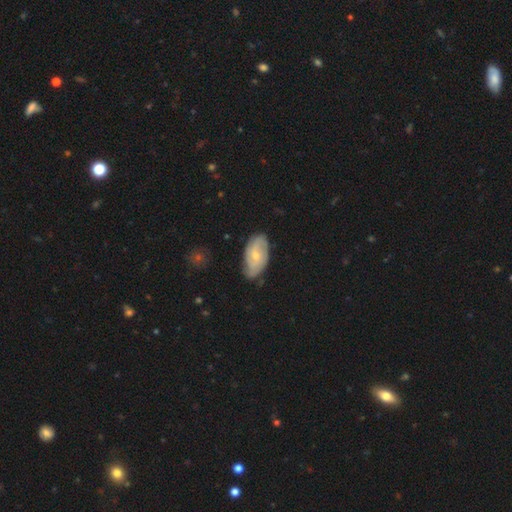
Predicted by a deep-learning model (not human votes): Q: Smooth or featured?
A: featured or disk (64%); runner-up: smooth (30%)
Q: Edge-on disk?
A: no (95%); runner-up: yes (5%)
Q: Bar?
A: no (59%); runner-up: weak (35%)
Q: Spiral arms?
A: yes (89%); runner-up: no (11%)
Q: Spiral winding?
A: tight (45%); runner-up: medium (38%)
Q: Spiral arm count?
A: 2 (41%); runner-up: can't tell (31%)
Q: Bulge size?
A: small (65%); runner-up: moderate (31%)
Q: Merging?
A: none (73%); runner-up: minor disturbance (21%)